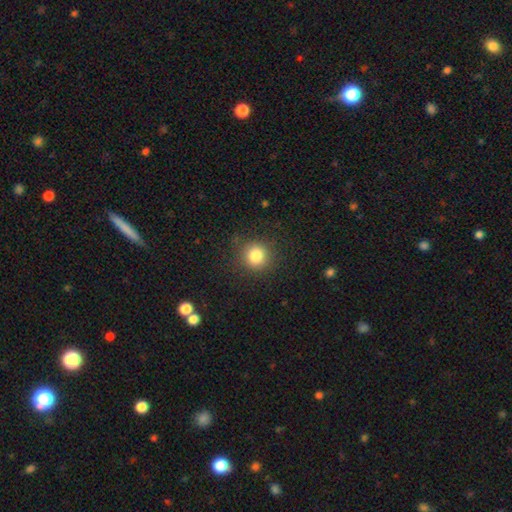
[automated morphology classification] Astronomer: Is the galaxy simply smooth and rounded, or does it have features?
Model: smooth — 84%.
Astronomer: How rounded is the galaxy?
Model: round — 91%.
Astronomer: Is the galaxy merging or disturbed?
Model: none — 87%.